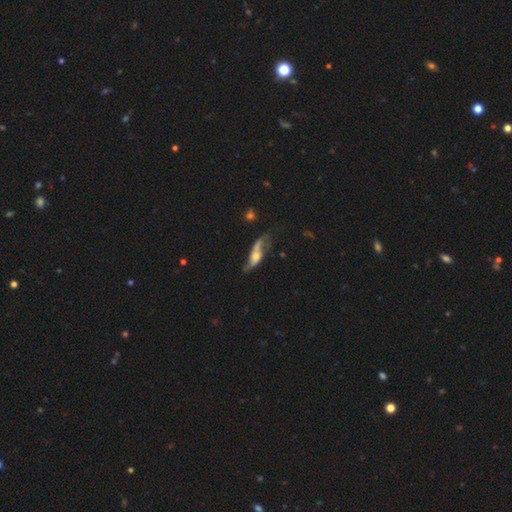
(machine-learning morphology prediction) Smooth or featured: featured or disk — 66% (smooth — 26%)
Edge-on disk: no — 68% (yes — 32%)
Merging: none — 47% (minor disturbance — 25%)